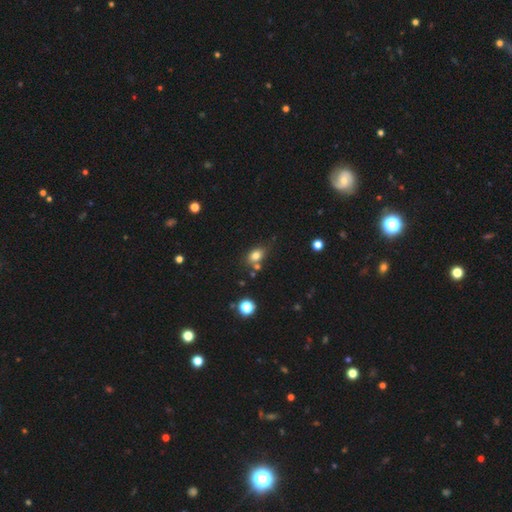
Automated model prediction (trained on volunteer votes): A smooth galaxy with no disk features (79%) that is in between round and cigar-shaped (72%).

Vote fractions:
- Smooth or featured? smooth: 79% / star or artifact: 12% / featured or disk: 9%
- How rounded? in between: 72% / round: 26% / cigar-shaped: 2%
- Merging? none: 64% / minor disturbance: 17% / merger: 15% / major disturbance: 5%